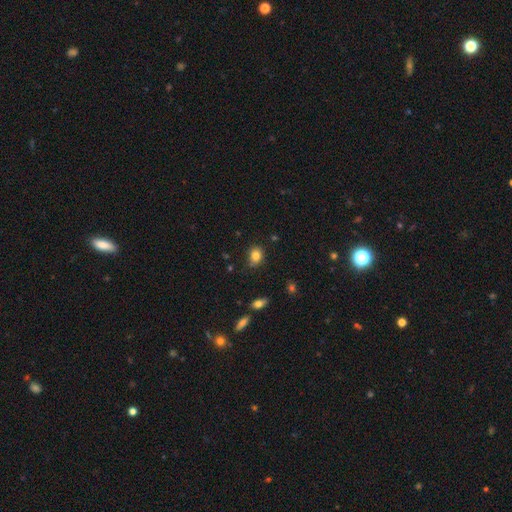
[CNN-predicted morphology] This appears to be a smooth galaxy with no disk features (82%) that is round (58%). Merging: none (78%).